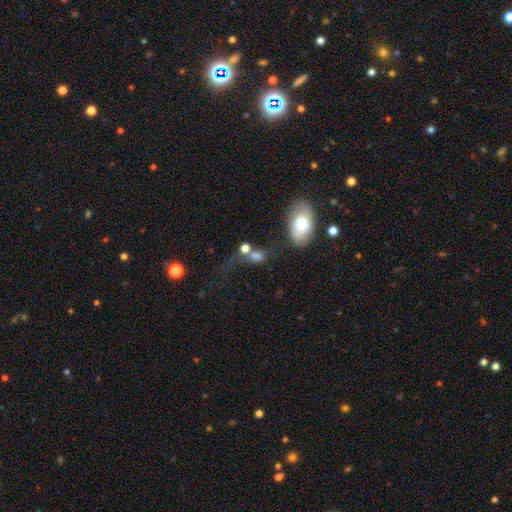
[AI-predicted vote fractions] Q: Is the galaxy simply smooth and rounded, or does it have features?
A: smooth — 69%.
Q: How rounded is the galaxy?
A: in between — 62%.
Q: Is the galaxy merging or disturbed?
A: none — 36%.